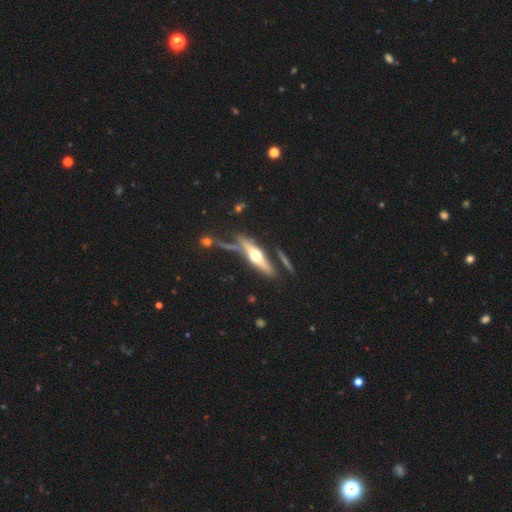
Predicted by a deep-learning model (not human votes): This is likely a featured or disk galaxy (69%). It is clearly viewed edge-on (93%). Edge-on bulge: clearly rounded (95%). Merging: likely none (70%).